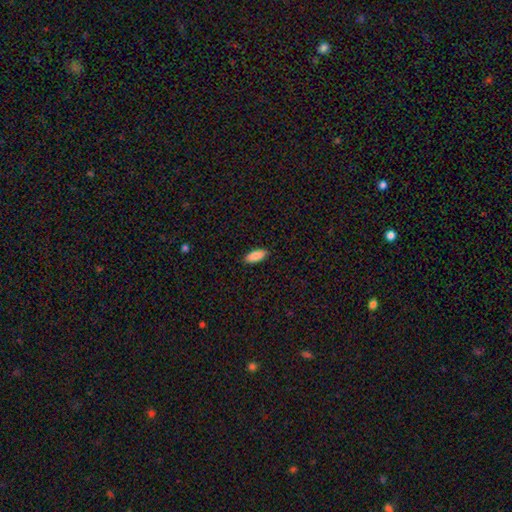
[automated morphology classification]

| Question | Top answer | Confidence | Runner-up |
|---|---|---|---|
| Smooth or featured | smooth | 89% | star or artifact (6%) |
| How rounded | in between | 84% | cigar-shaped (14%) |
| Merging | none | 89% | minor disturbance (8%) |